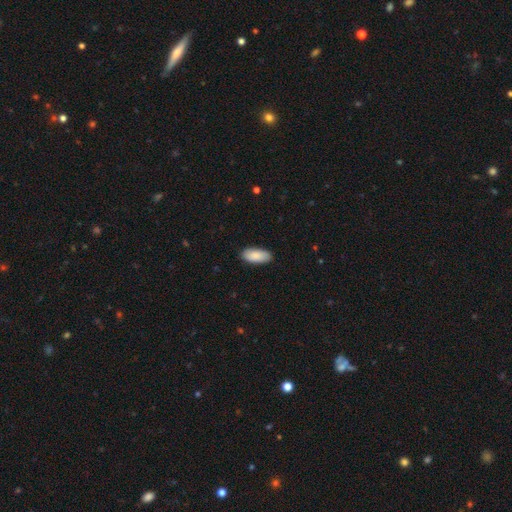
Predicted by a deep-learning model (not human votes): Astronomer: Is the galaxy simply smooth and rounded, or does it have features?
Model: smooth — 89%.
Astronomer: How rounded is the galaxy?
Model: in between — 91%.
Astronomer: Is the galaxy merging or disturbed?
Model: none — 88%.